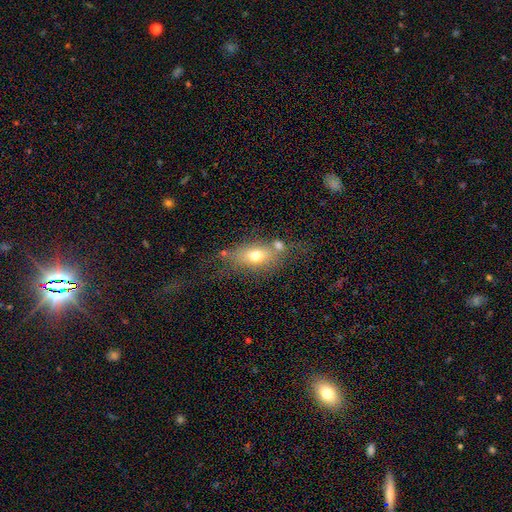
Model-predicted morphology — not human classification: Smooth or featured: smooth — 66% (featured or disk — 23%)
How rounded: in between — 78% (round — 13%)
Merging: none — 47% (merger — 21%)